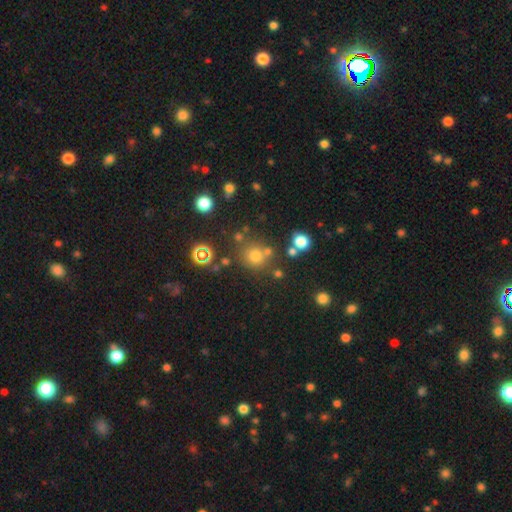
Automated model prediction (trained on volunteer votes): smooth_or_featured: smooth (p=0.66) [alt: star or artifact p=0.26]
how_rounded: round (p=0.91) [alt: in between p=0.08]
merging: none (p=0.74) [alt: merger p=0.12]